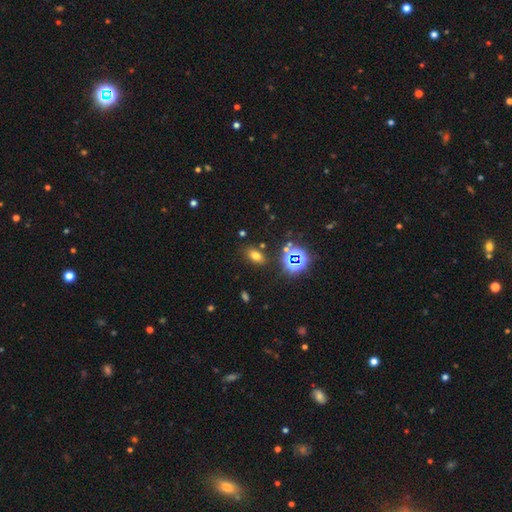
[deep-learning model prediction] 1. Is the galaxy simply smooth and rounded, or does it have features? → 64% smooth, 26% star or artifact, 10% featured or disk.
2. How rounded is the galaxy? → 81% in between, 16% round, 4% cigar-shaped.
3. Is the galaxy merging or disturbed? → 82% none, 10% minor disturbance, 4% merger, 4% major disturbance.